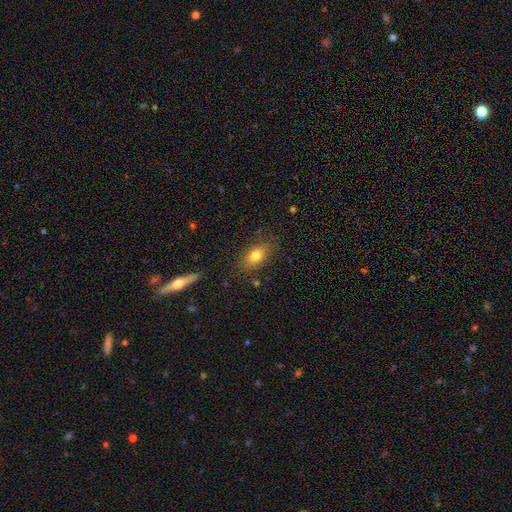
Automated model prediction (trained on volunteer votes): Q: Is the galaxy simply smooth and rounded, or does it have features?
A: smooth — 78%.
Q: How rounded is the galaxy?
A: in between — 83%.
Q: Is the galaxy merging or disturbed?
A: none — 80%.